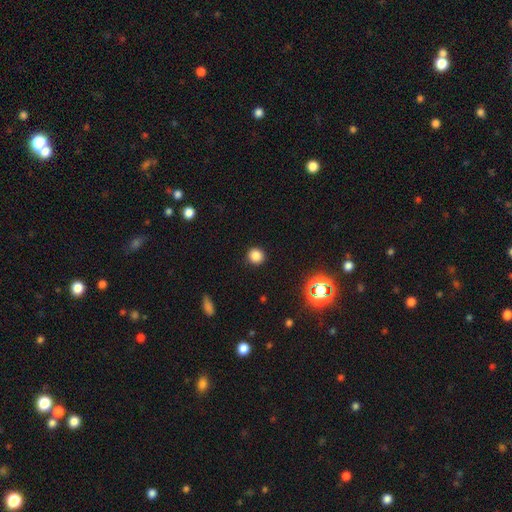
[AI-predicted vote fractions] A smooth galaxy with no disk features (82%) that is round (93%). Merging: none (91%).